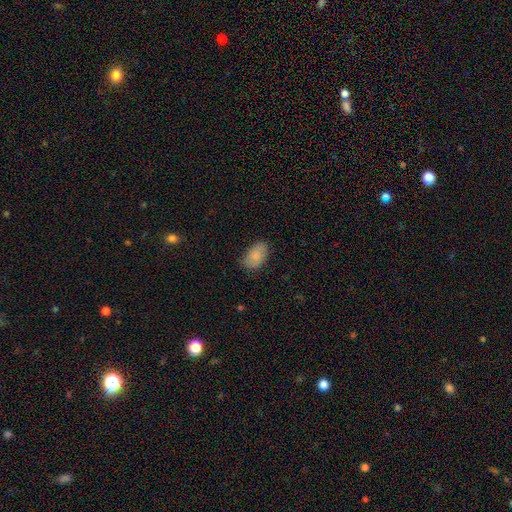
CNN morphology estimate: The model was most divided on "merging": none: 76%, minor disturbance: 19%, major disturbance: 3%, merger: 1%. More confident: how rounded — in between (91%); smooth or featured — smooth (83%).